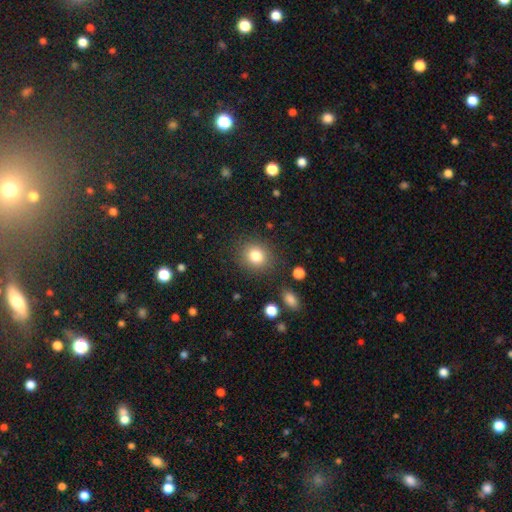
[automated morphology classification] Overall: smooth (81%). How rounded: round (77%). Merging: none (85%).